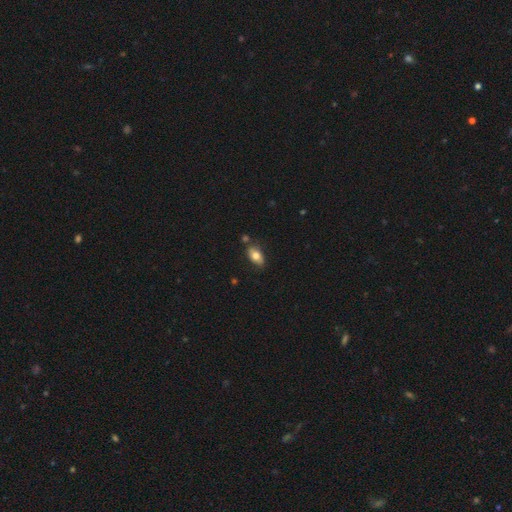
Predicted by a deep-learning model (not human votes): The model was most divided on "smooth or featured": smooth: 74%, featured or disk: 19%, star or artifact: 7%. More confident: how rounded — in between (88%); merging — none (73%).